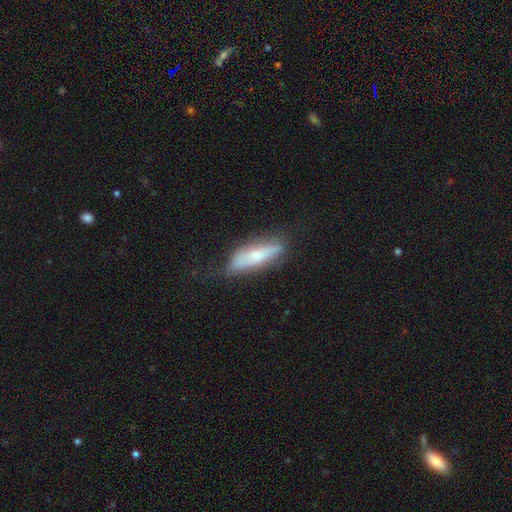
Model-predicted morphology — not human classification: Q: Smooth or featured?
A: smooth (53%); runner-up: featured or disk (40%)
Q: How rounded?
A: cigar-shaped (60%); runner-up: in between (37%)
Q: Merging?
A: none (66%); runner-up: minor disturbance (24%)